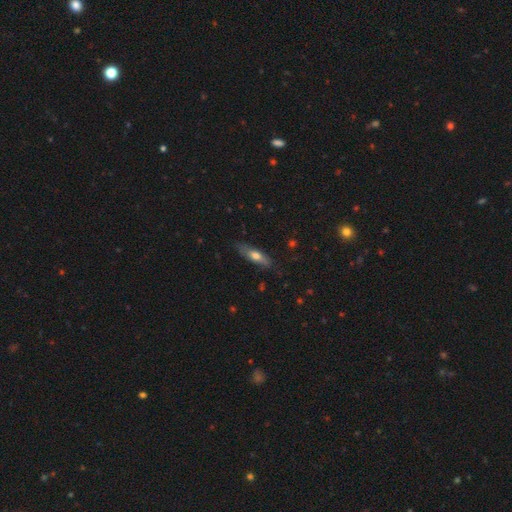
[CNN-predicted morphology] Q: Smooth or featured?
A: smooth (60%); runner-up: featured or disk (34%)
Q: How rounded?
A: cigar-shaped (56%); runner-up: in between (42%)
Q: Merging?
A: none (75%); runner-up: minor disturbance (19%)